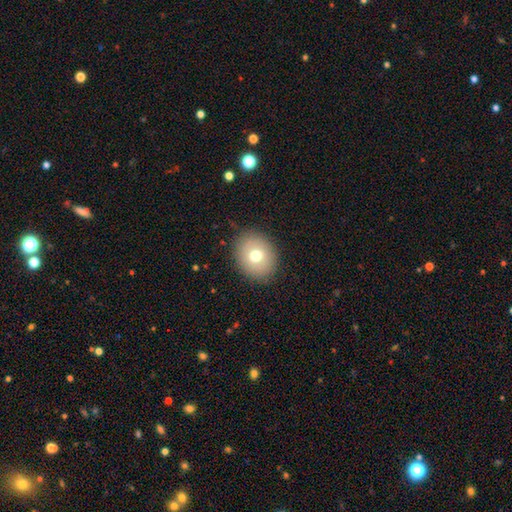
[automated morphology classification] This appears to be a smooth galaxy with no disk features (72%) that is round (63%). Merging: none (86%).